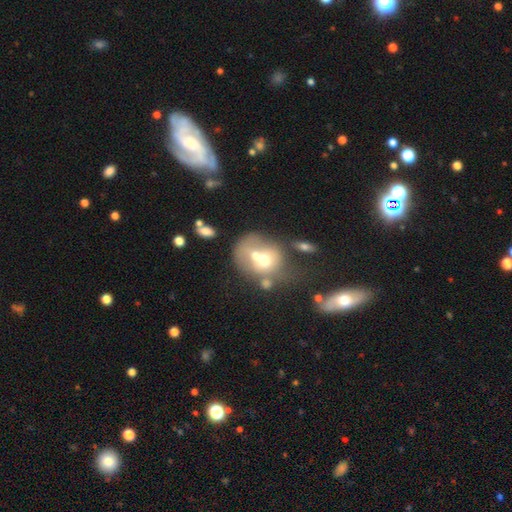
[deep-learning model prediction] Smooth or featured? Predicted: smooth (p=0.56). How rounded? Predicted: round (p=0.66). Merging? Predicted: merger (p=0.60).